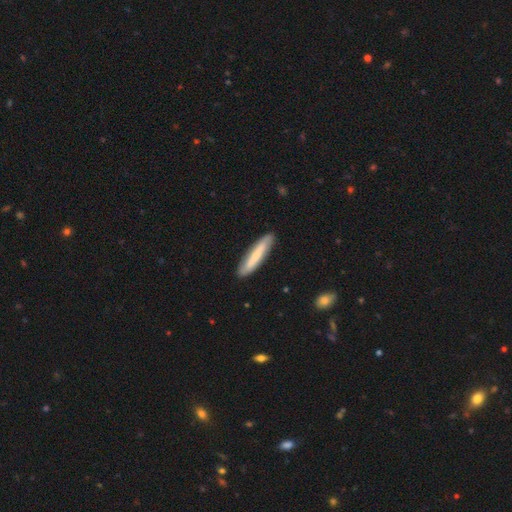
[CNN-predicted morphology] The model was most divided on "smooth or featured": smooth: 65%, featured or disk: 29%, star or artifact: 5%. More confident: merging — none (88%); how rounded — cigar-shaped (87%).